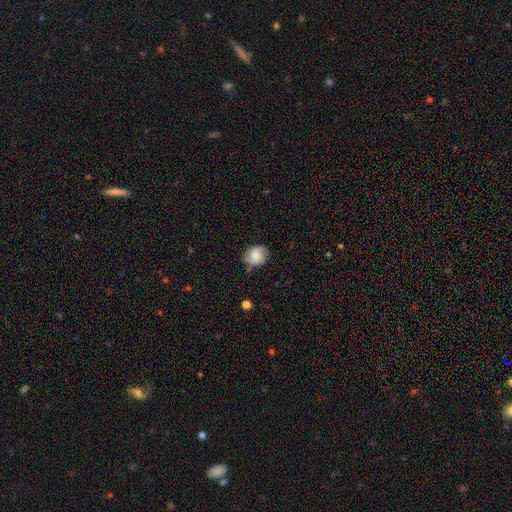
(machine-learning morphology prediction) A smooth galaxy with no disk features (59%) that is round (67%). Merging: none (70%).